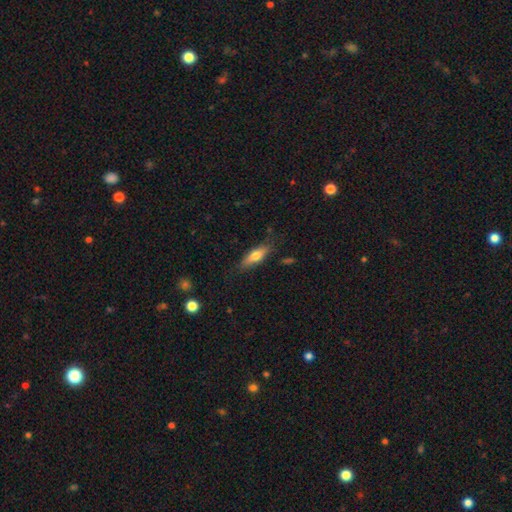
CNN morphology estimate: A smooth galaxy with no disk features (62%) that is in between round and cigar-shaped (50%). Merging: none (78%).